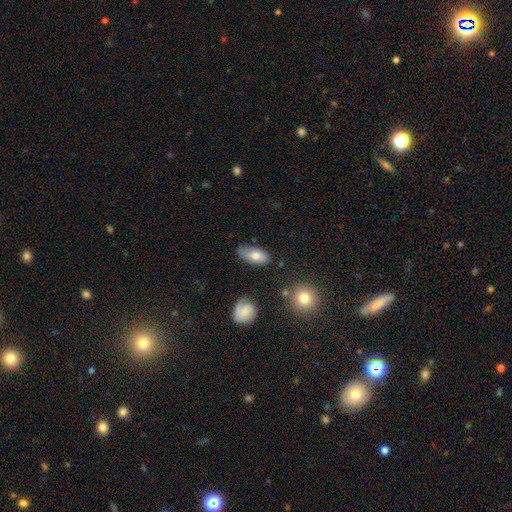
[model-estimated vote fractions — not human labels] A smooth galaxy with no disk features (70%) that is in between round and cigar-shaped (88%).

Vote fractions:
- Smooth or featured? smooth: 70% / featured or disk: 23% / star or artifact: 7%
- How rounded? in between: 88% / cigar-shaped: 9% / round: 4%
- Merging? none: 68% / minor disturbance: 24% / major disturbance: 5% / merger: 3%